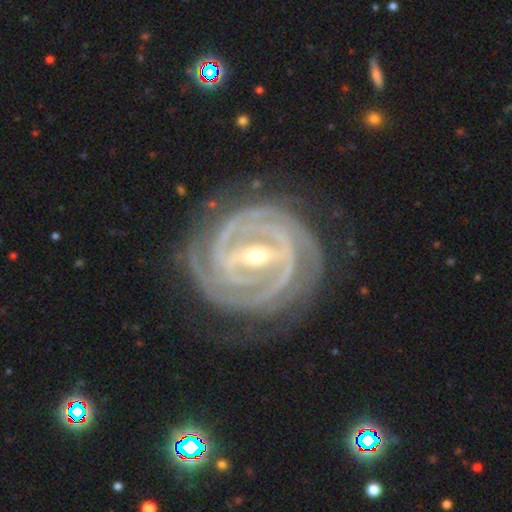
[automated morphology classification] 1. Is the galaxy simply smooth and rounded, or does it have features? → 93% featured or disk, 4% star or artifact, 3% smooth.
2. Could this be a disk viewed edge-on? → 95% no, 5% yes.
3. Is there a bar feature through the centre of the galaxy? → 76% strong, 19% weak, 5% no.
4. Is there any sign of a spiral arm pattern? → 98% yes, 2% no.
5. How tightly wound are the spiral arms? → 86% tight, 12% medium, 2% loose.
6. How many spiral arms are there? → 36% 2, 24% 3, 14% 4, 13% can't tell, 7% more than 4, 6% 1.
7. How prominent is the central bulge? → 54% moderate, 42% small, 3% large, 1% none, 1% dominant.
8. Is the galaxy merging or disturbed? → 81% none, 13% minor disturbance, 4% major disturbance, 1% merger.